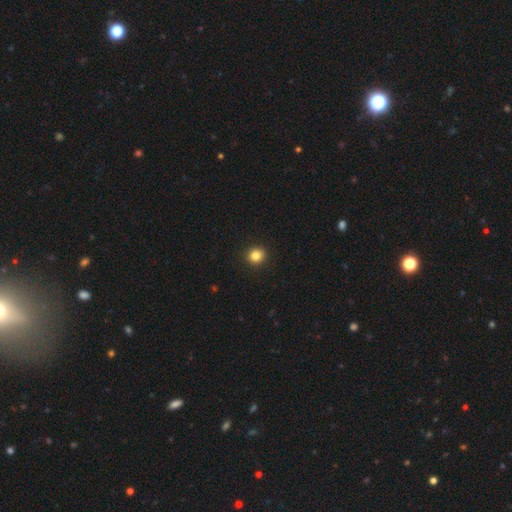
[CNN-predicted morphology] Smooth or featured: smooth — 84% (star or artifact — 11%)
How rounded: round — 86% (in between — 13%)
Merging: none — 93% (minor disturbance — 5%)